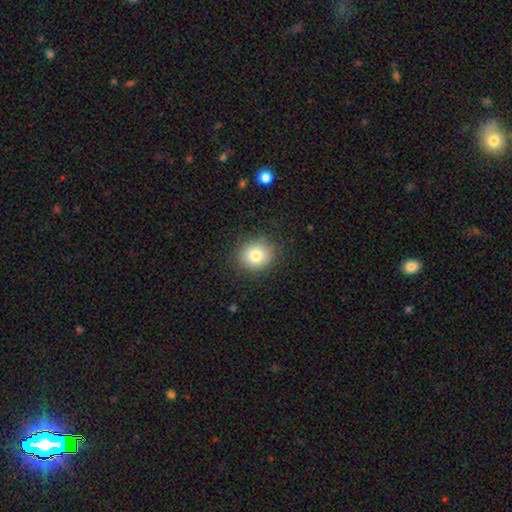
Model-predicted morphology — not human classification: A smooth galaxy with no disk features (80%) that is round (81%).

Vote fractions:
- Smooth or featured? smooth: 80% / star or artifact: 11% / featured or disk: 9%
- How rounded? round: 81% / in between: 18% / cigar-shaped: 1%
- Merging? none: 88% / minor disturbance: 9% / major disturbance: 3% / merger: 1%